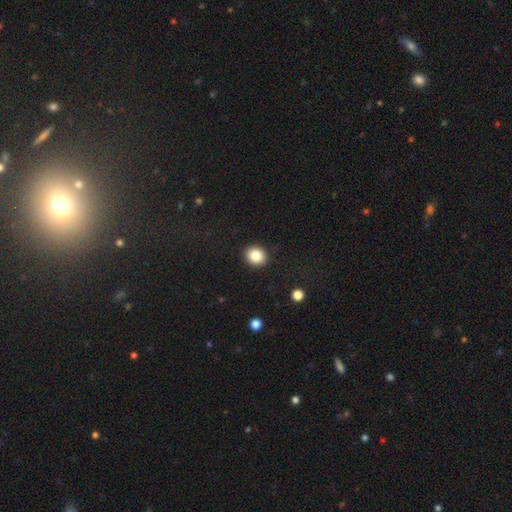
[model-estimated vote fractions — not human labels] Overall: smooth (85%). How rounded: round (74%). Merging: none (91%).